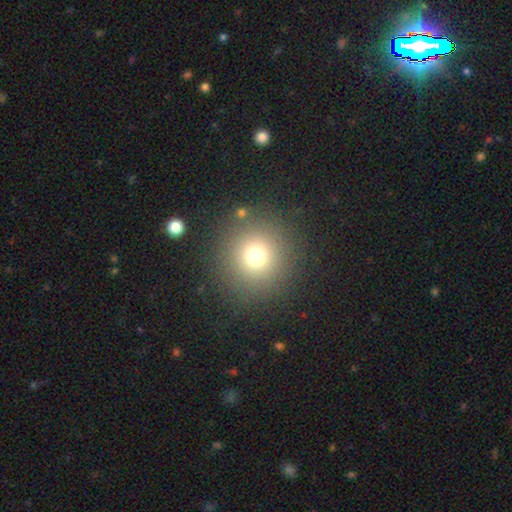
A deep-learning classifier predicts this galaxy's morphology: smooth-or-featured: smooth: 72% | star or artifact: 19% | featured or disk: 10%
  how-rounded: round: 94% | in between: 5% | cigar-shaped: 1%
  merging: none: 87% | minor disturbance: 7% | major disturbance: 4% | merger: 2%